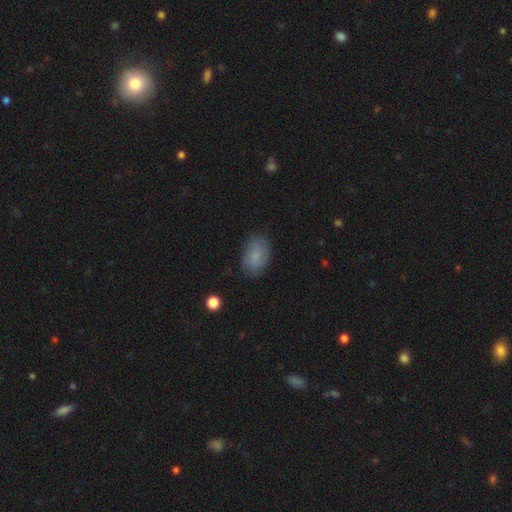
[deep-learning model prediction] Morphology: type=smooth (79%); roundness=in between (89%); merging=none (80%).